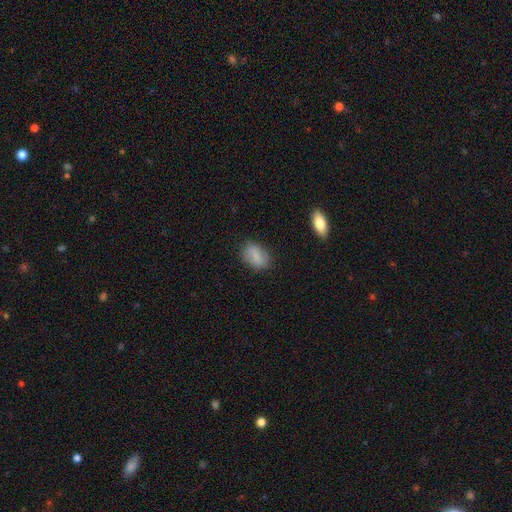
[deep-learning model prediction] Smooth or featured? Predicted: smooth (p=0.78). How rounded? Predicted: in between (p=0.85). Merging? Predicted: none (p=0.79).